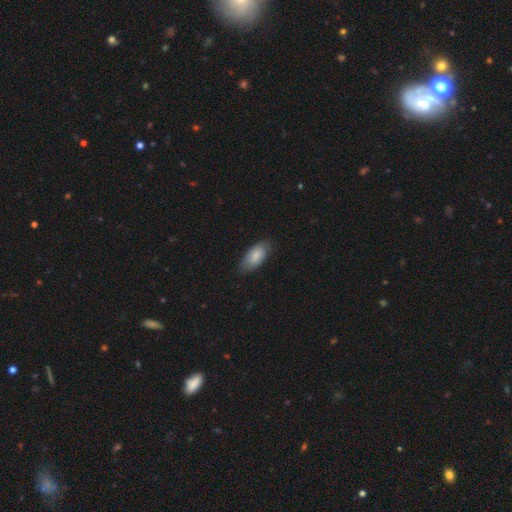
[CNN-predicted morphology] Smooth or featured?
  - smooth: 82% *
  - featured or disk: 12%
  - star or artifact: 6%
How rounded?
  - in between: 91% *
  - cigar-shaped: 7%
  - round: 2%
Merging?
  - none: 80% *
  - minor disturbance: 16%
  - major disturbance: 3%
  - merger: 1%